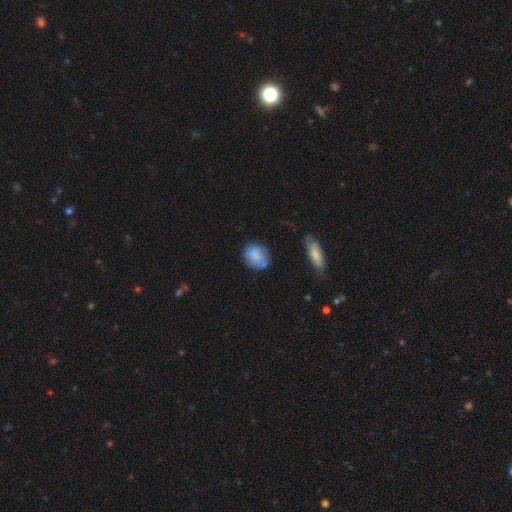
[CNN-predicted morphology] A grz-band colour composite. It shows a smooth galaxy with no disk features (83%) that is round (61%). Merging: none (69%).